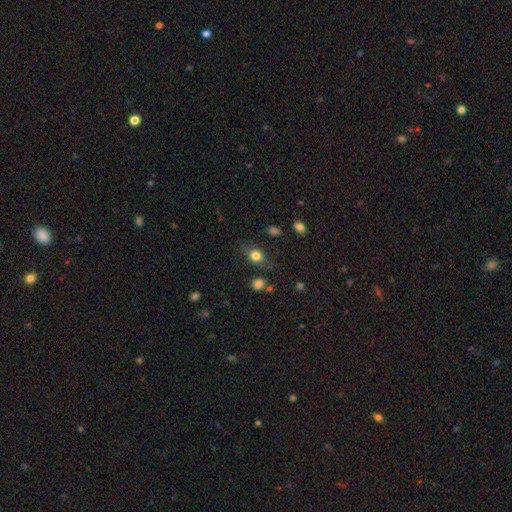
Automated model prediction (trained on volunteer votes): The model was most divided on "how rounded": in between: 59%, round: 39%, cigar-shaped: 2%. More confident: smooth or featured — smooth (80%); merging — none (74%).